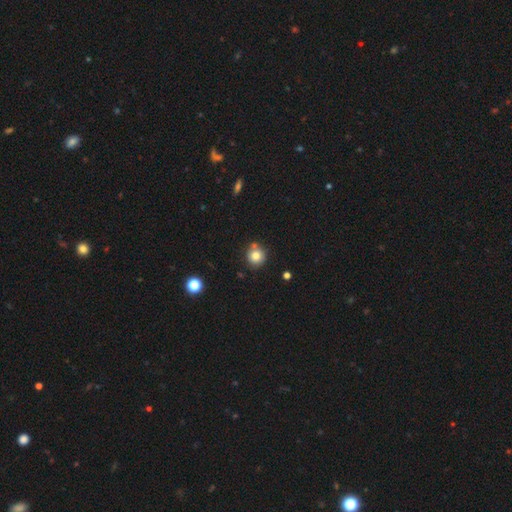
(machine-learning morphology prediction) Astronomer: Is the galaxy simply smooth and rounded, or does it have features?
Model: smooth — 79%.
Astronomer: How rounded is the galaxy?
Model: round — 91%.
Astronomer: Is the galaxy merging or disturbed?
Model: none — 72%.